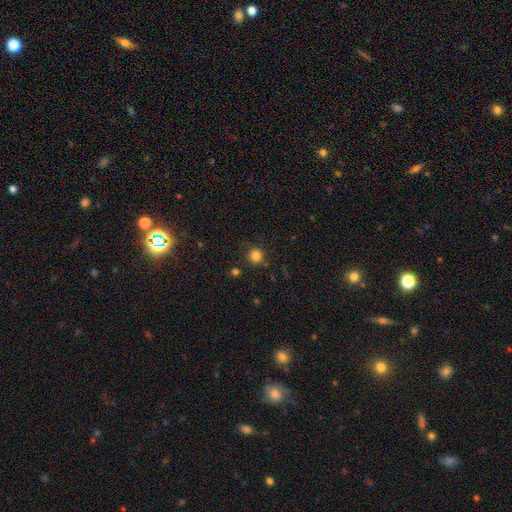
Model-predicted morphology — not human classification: This is clearly a smooth galaxy (83%). How rounded: clearly round (93%). Merging: clearly none (82%).